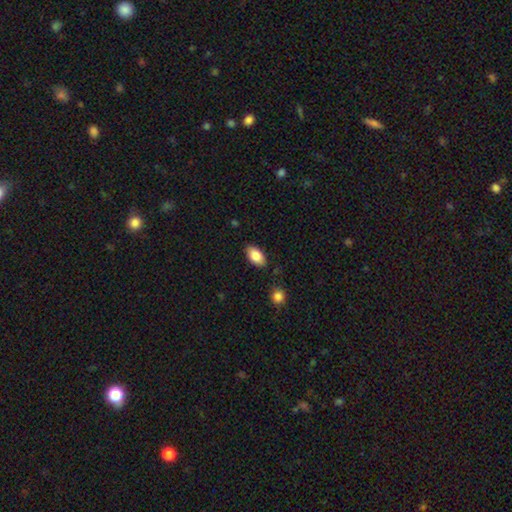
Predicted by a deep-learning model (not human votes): smooth_or_featured: smooth (p=0.84) [alt: featured or disk p=0.09]
how_rounded: in between (p=0.93) [alt: round p=0.04]
merging: none (p=0.84) [alt: minor disturbance p=0.11]